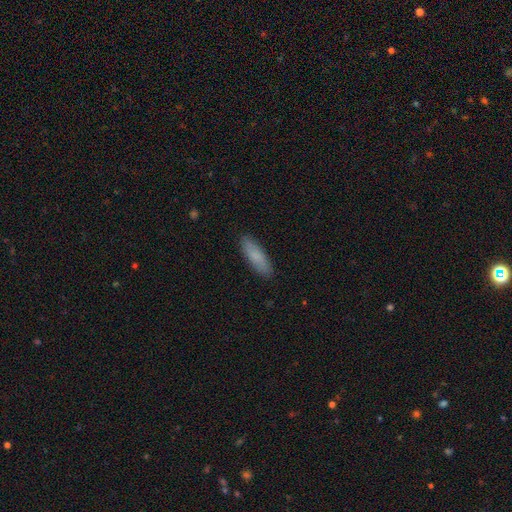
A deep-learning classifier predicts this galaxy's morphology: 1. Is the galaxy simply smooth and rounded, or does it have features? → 84% smooth, 10% featured or disk, 6% star or artifact.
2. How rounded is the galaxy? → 56% cigar-shaped, 43% in between, 1% round.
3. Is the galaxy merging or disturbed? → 89% none, 9% minor disturbance, 2% major disturbance, 1% merger.